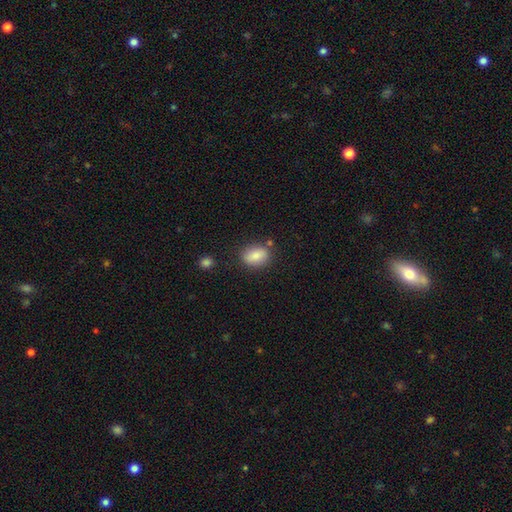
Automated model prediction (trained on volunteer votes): This is clearly a smooth galaxy (84%). How rounded: likely in between (75%). Merging: likely none (76%).